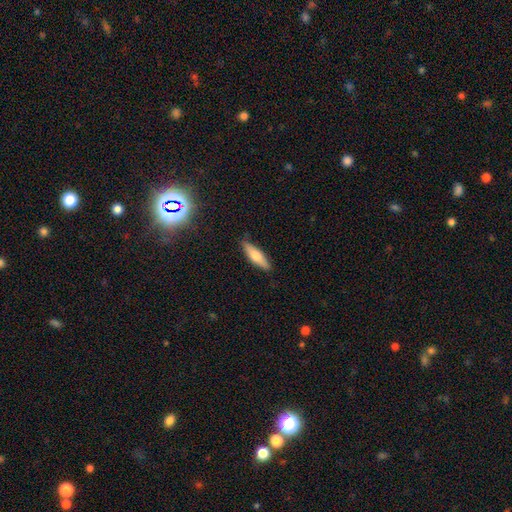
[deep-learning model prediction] Smooth or featured? smooth (60%)
How rounded? cigar-shaped (64%)
Merging? none (85%)